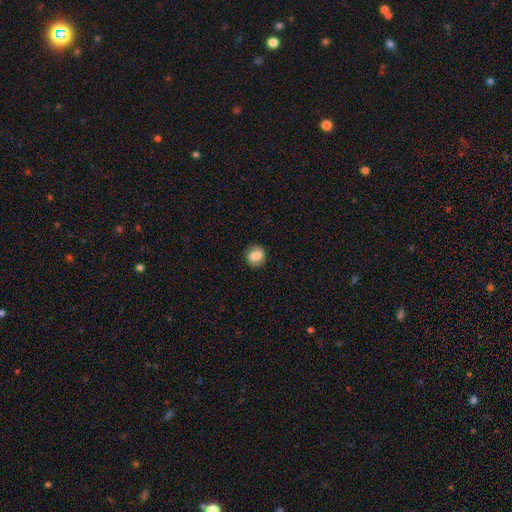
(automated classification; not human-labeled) smooth 75%, featured or disk 16%, star or artifact 9%. Down the decision tree: how rounded — round (72%); merging — none (83%).